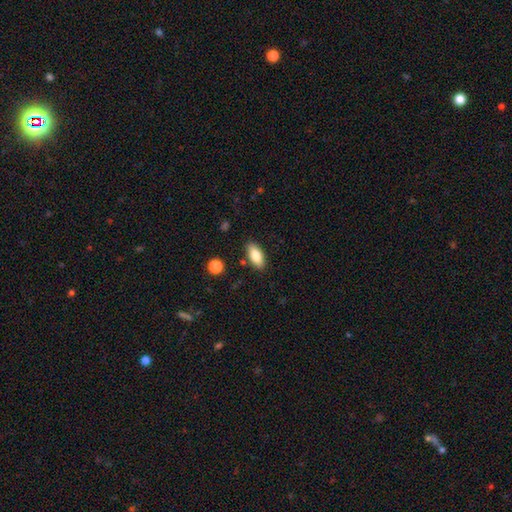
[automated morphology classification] Smooth or featured: smooth — 80% (featured or disk — 13%)
How rounded: in between — 86% (cigar-shaped — 11%)
Merging: none — 87% (minor disturbance — 9%)